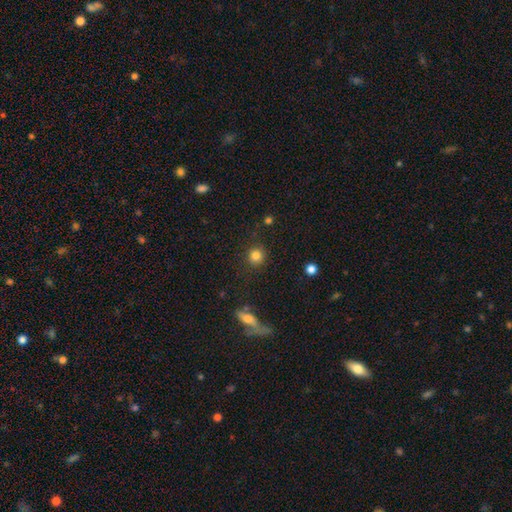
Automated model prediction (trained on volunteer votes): Q: Smooth or featured?
A: smooth (82%); runner-up: star or artifact (12%)
Q: How rounded?
A: round (92%); runner-up: in between (7%)
Q: Merging?
A: none (87%); runner-up: minor disturbance (8%)